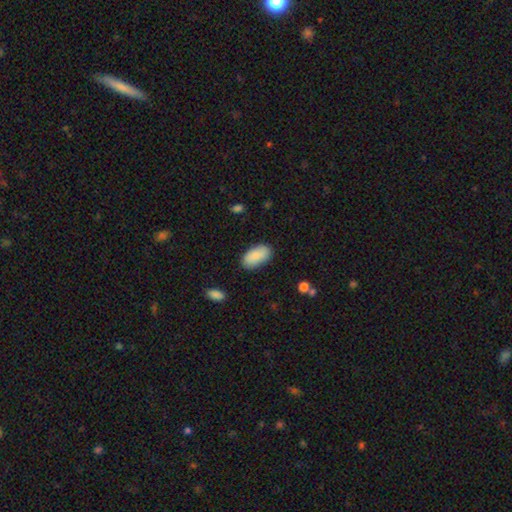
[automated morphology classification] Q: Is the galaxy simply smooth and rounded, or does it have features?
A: smooth — 90%.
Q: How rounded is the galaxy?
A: in between — 95%.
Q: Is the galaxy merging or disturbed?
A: none — 86%.